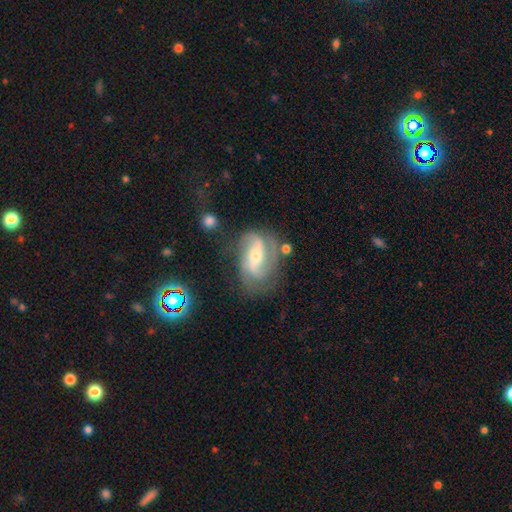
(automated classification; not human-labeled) smooth-or-featured: featured or disk: 81% | smooth: 12% | star or artifact: 7%
  disk-edge-on: no: 95% | yes: 5%
    bar: strong: 40% | weak: 35% | no: 24%
    has-spiral-arms: yes: 93% | no: 7%
      spiral-winding: medium: 44% | loose: 32% | tight: 24%
      spiral-arm-count: 2: 65% | 3: 14% | can't tell: 12% | 1: 5% | 4: 2% | more than 4: 2%
    bulge-size: moderate: 48% | small: 46% | large: 3% | none: 1% | dominant: 1%
  merging: none: 59% | minor disturbance: 22% | major disturbance: 14% | merger: 5%